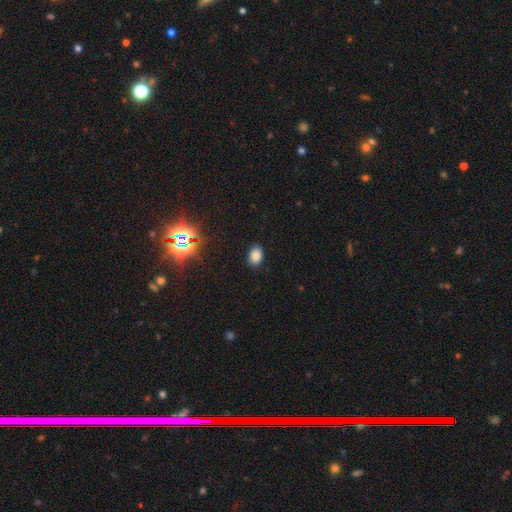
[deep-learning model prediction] A smooth galaxy with no disk features (82%) that is in between round and cigar-shaped (80%).

Vote fractions:
- Smooth or featured? smooth: 82% / star or artifact: 14% / featured or disk: 4%
- How rounded? in between: 80% / round: 19% / cigar-shaped: 1%
- Merging? none: 88% / minor disturbance: 9% / major disturbance: 2% / merger: 1%